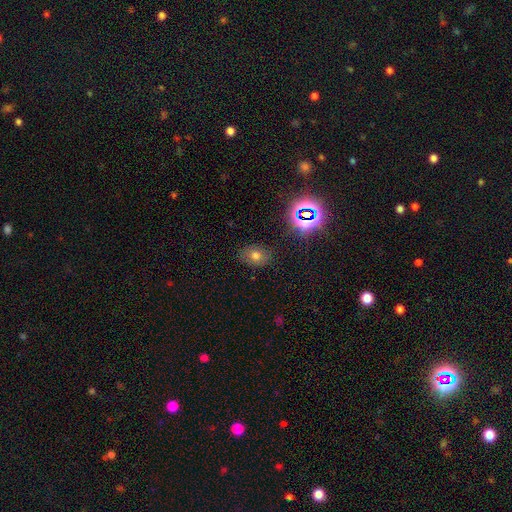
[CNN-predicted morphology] Smooth or featured?
  - smooth: 68% *
  - star or artifact: 21%
  - featured or disk: 11%
How rounded?
  - in between: 64% *
  - round: 35%
  - cigar-shaped: 1%
Merging?
  - none: 81% *
  - minor disturbance: 13%
  - major disturbance: 4%
  - merger: 2%